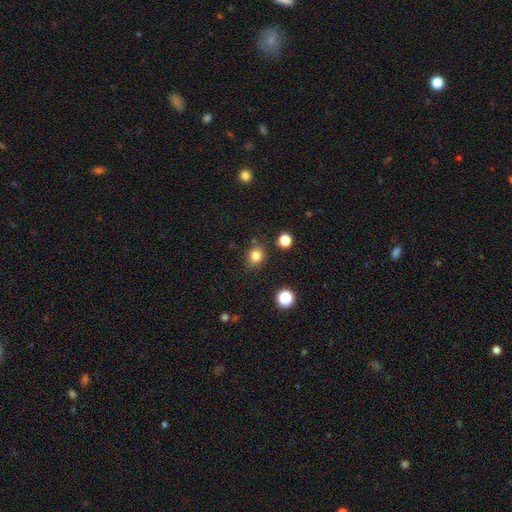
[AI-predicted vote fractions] The model was most divided on "how rounded": round: 71%, in between: 28%, cigar-shaped: 1%. More confident: smooth or featured — smooth (81%); merging — none (81%).